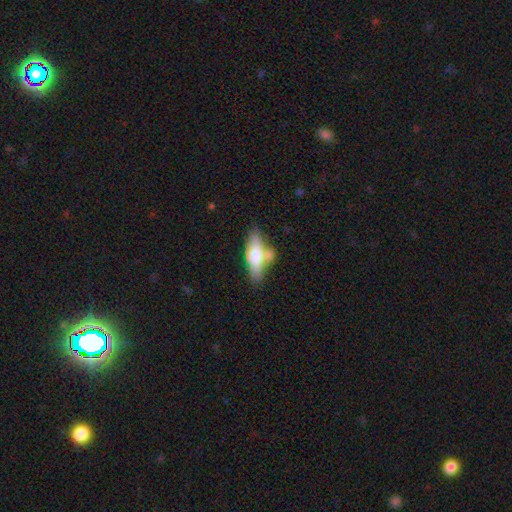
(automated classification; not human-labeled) Morphology: type=smooth (66%); roundness=in between (62%); merging=none (52%).